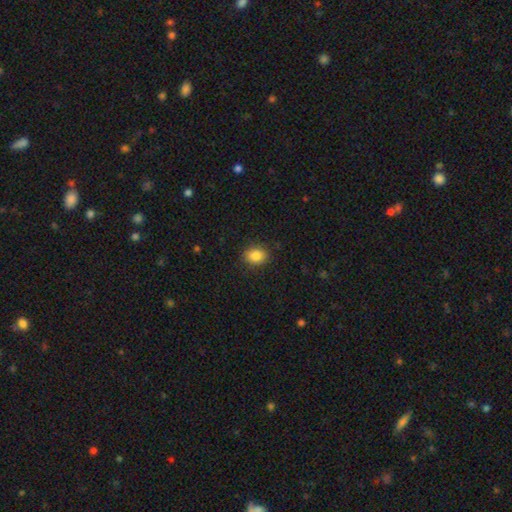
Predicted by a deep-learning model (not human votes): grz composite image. It shows a smooth galaxy with no disk features (86%) that is in between round and cigar-shaped (53%). Merging: none (87%).